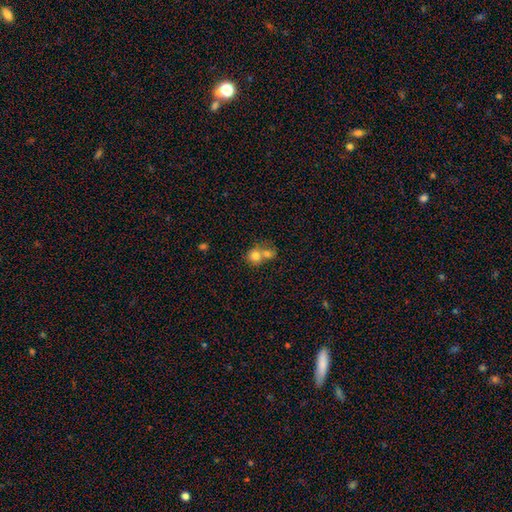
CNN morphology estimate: Smooth or featured? Predicted: smooth (p=0.76). How rounded? Predicted: round (p=0.79). Merging? Predicted: merger (p=0.59).